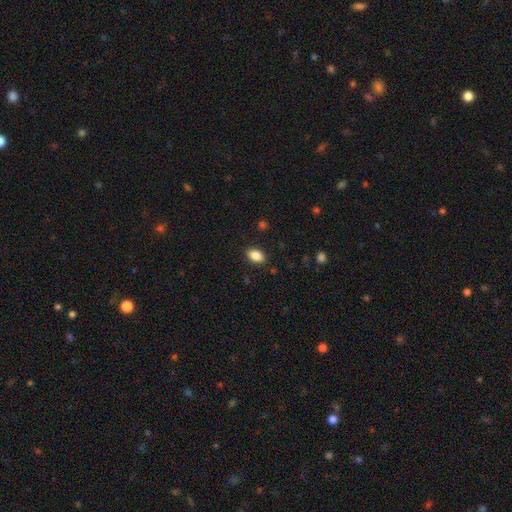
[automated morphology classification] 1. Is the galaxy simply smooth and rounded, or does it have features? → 87% smooth, 8% star or artifact, 5% featured or disk.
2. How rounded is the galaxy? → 91% in between, 7% round, 2% cigar-shaped.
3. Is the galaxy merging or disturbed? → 88% none, 9% minor disturbance, 2% major disturbance, 1% merger.